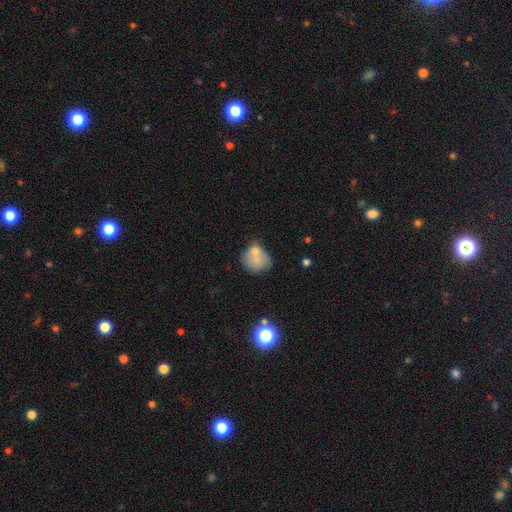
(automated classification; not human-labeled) Smooth or featured: smooth — 70% (featured or disk — 20%)
How rounded: round — 62% (in between — 36%)
Merging: none — 36% (merger — 29%)